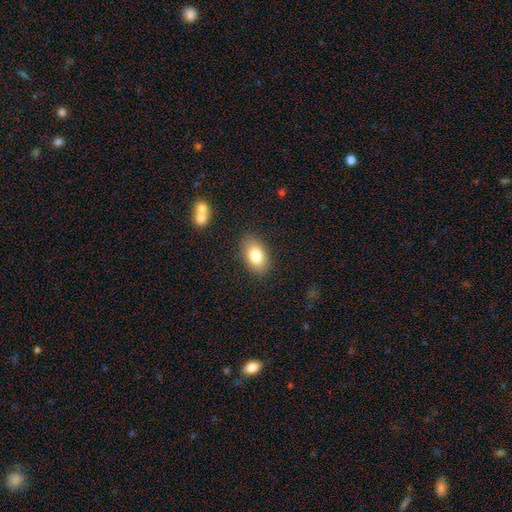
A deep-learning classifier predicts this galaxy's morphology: Smooth or featured? Predicted: smooth (p=0.81). How rounded? Predicted: in between (p=0.89). Merging? Predicted: none (p=0.85).